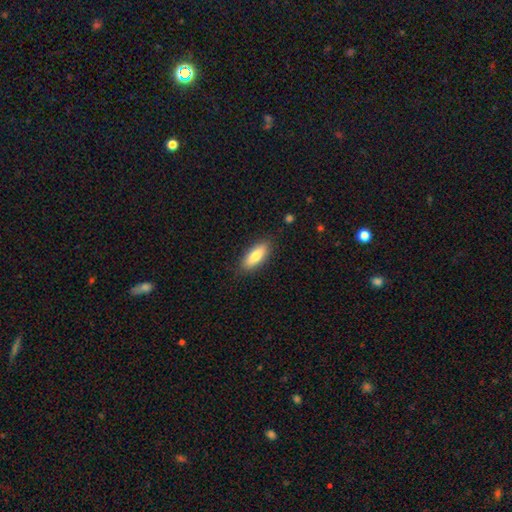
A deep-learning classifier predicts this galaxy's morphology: smooth-or-featured: smooth: 79% | featured or disk: 15% | star or artifact: 6%
  how-rounded: in between: 67% | cigar-shaped: 31% | round: 2%
  merging: none: 86% | minor disturbance: 11% | major disturbance: 2% | merger: 1%